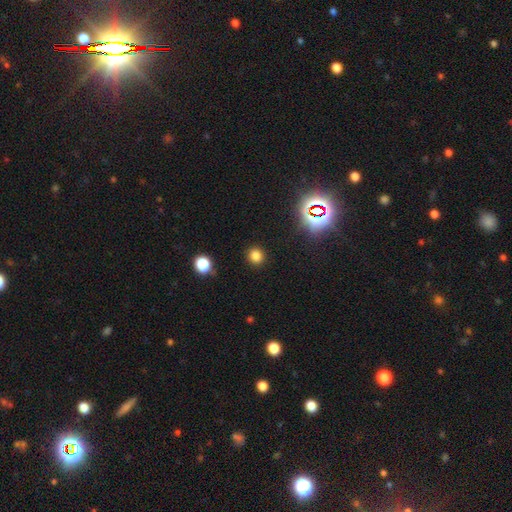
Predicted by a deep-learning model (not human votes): The model was most divided on "smooth or featured": smooth: 79%, star or artifact: 16%, featured or disk: 5%. More confident: merging — none (91%); how rounded — round (88%).